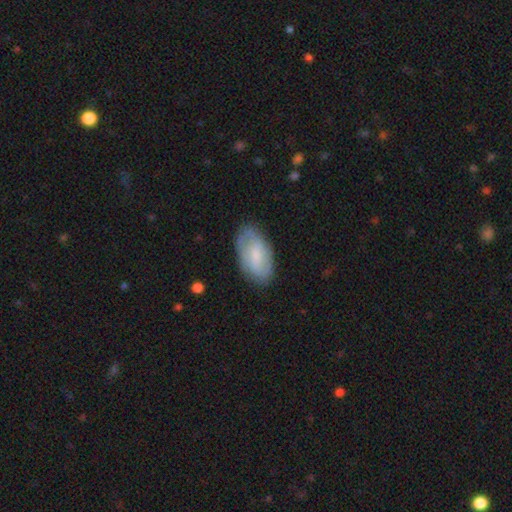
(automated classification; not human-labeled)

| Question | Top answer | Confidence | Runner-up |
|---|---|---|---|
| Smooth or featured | smooth | 53% | featured or disk (41%) |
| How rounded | in between | 94% | round (4%) |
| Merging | none | 77% | minor disturbance (17%) |